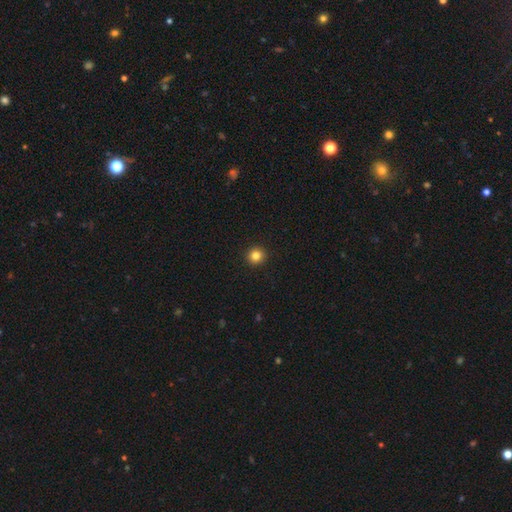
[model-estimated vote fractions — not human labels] A smooth galaxy with no disk features (83%) that is round (95%). Merging: none (94%).